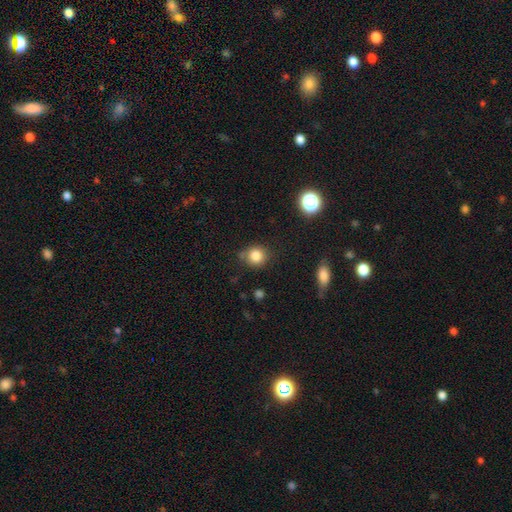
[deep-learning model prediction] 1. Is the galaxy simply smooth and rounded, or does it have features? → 83% smooth, 11% star or artifact, 6% featured or disk.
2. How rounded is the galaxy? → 84% round, 15% in between, 1% cigar-shaped.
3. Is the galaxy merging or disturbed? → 76% none, 15% minor disturbance, 5% merger, 4% major disturbance.